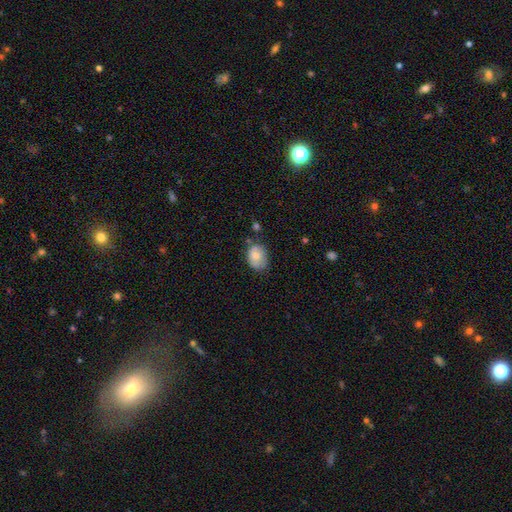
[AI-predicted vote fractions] smooth_or_featured: smooth (p=0.71) [alt: featured or disk p=0.21]
how_rounded: in between (p=0.67) [alt: round p=0.32]
merging: none (p=0.55) [alt: minor disturbance p=0.32]